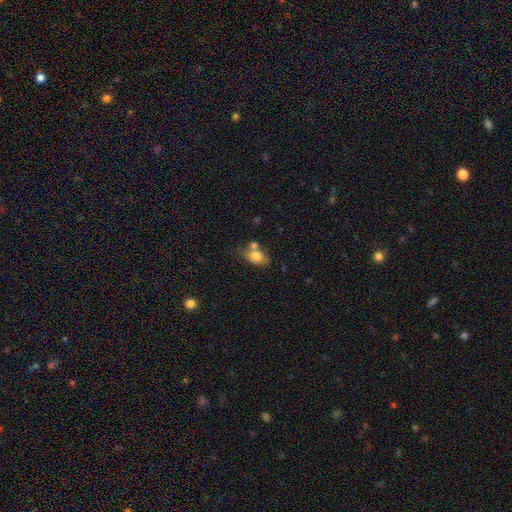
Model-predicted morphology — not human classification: A smooth galaxy with no disk features (78%) that is in between round and cigar-shaped (78%).

Vote fractions:
- Smooth or featured? smooth: 78% / featured or disk: 14% / star or artifact: 8%
- How rounded? in between: 78% / round: 20% / cigar-shaped: 3%
- Merging? none: 49% / merger: 28% / minor disturbance: 17% / major disturbance: 5%